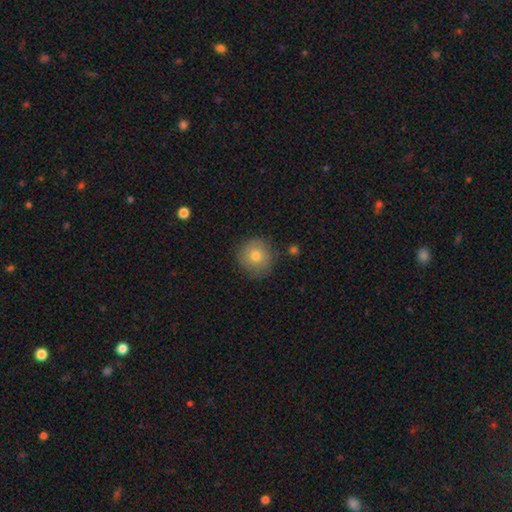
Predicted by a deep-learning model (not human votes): Overall: smooth (76%). How rounded: round (94%). Merging: none (85%).